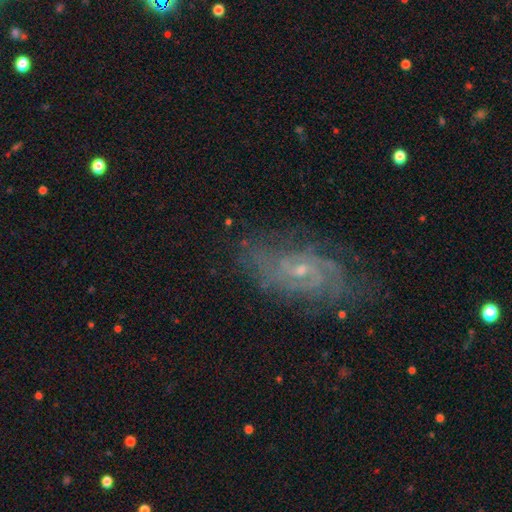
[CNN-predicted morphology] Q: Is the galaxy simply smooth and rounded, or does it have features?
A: featured or disk — 83%.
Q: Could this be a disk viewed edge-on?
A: no — 95%.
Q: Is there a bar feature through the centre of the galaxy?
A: no — 51%.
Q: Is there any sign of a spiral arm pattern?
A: yes — 96%.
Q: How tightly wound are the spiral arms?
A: tight — 52%.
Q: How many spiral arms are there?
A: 2 — 37%.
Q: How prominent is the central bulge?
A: small — 72%.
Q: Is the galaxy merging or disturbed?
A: none — 72%.